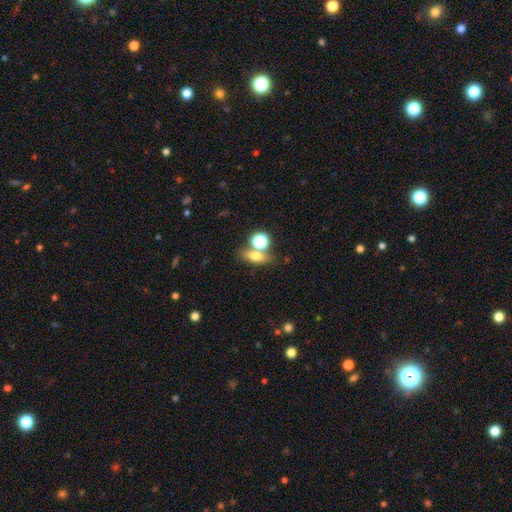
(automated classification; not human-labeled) Smooth or featured?
  - smooth: 67% *
  - featured or disk: 17%
  - star or artifact: 15%
How rounded?
  - in between: 56% *
  - round: 27%
  - cigar-shaped: 17%
Merging?
  - none: 57% *
  - merger: 28%
  - minor disturbance: 10%
  - major disturbance: 5%